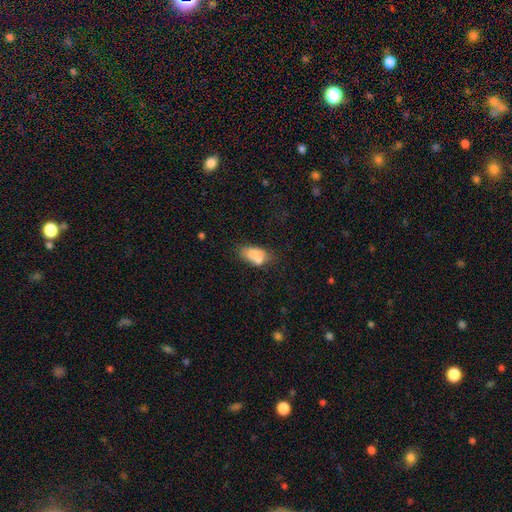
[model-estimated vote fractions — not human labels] This appears to be a smooth galaxy with no disk features (76%) that is in between round and cigar-shaped (89%). Merging: none (41%).